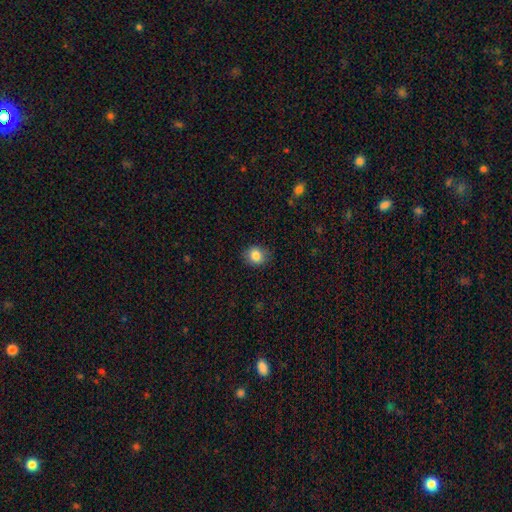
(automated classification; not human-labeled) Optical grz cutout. It shows a smooth galaxy with no disk features (85%) that is round (71%). Merging: none (82%).